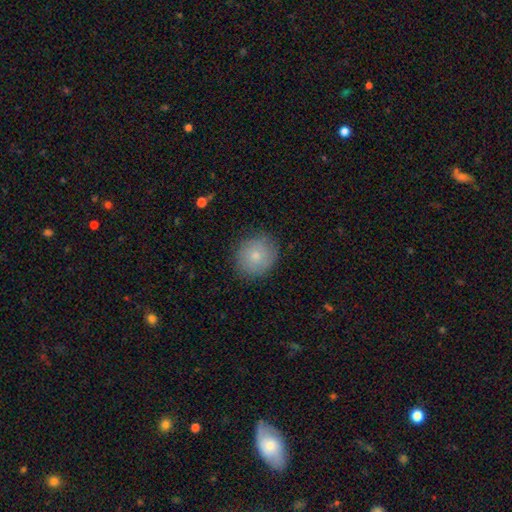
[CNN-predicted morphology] smooth_or_featured: smooth (p=0.76) [alt: featured or disk p=0.17]
how_rounded: round (p=0.81) [alt: in between p=0.18]
merging: none (p=0.83) [alt: minor disturbance p=0.13]